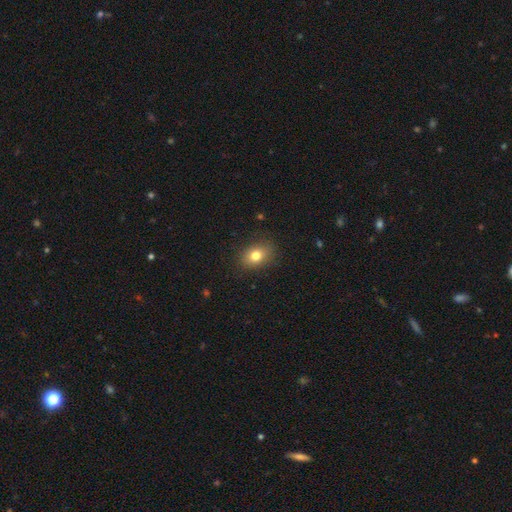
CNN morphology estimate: This is likely a smooth galaxy (79%). How rounded: likely in between (71%). Merging: clearly none (85%).